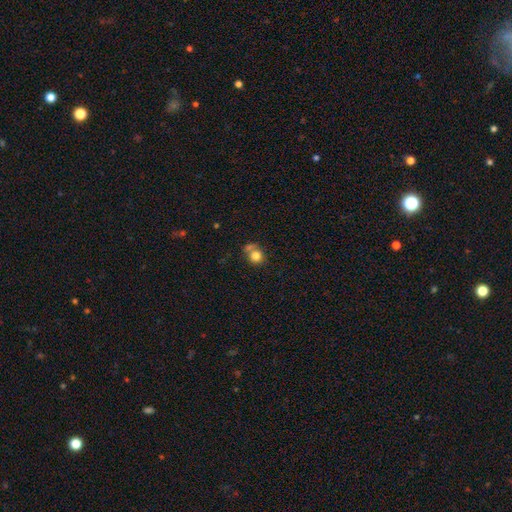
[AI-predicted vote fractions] Smooth or featured? Predicted: smooth (p=0.79). How rounded? Predicted: round (p=0.78). Merging? Predicted: none (p=0.47).